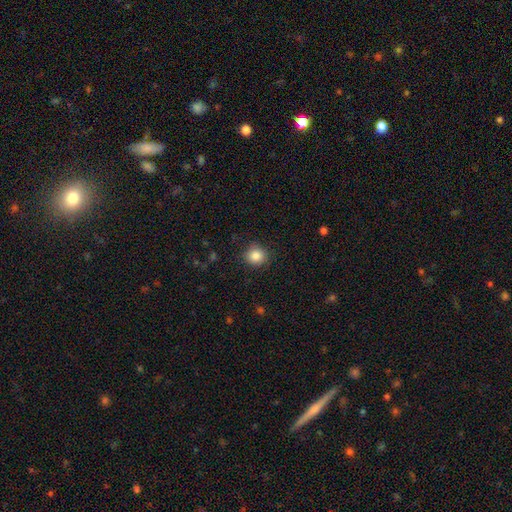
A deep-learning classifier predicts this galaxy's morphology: This is clearly a smooth galaxy (85%). How rounded: clearly round (88%). Merging: clearly none (85%).